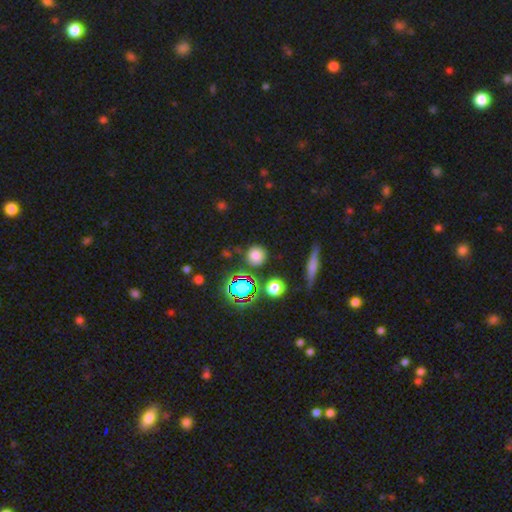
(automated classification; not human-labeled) Smooth or featured? Predicted: smooth (p=0.73). How rounded? Predicted: round (p=0.92). Merging? Predicted: none (p=0.83).